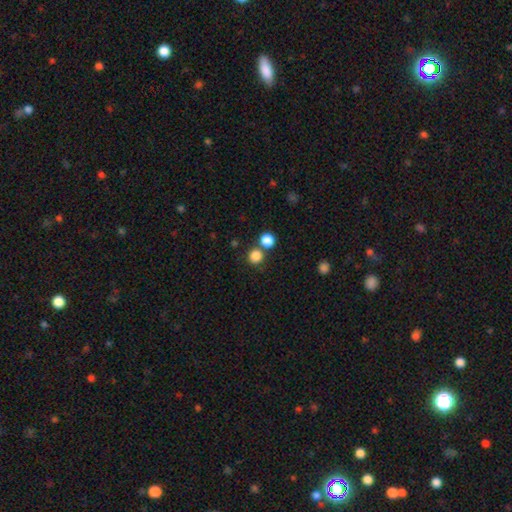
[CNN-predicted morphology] Smooth or featured? Predicted: smooth (p=0.83). How rounded? Predicted: round (p=0.92). Merging? Predicted: none (p=0.72).